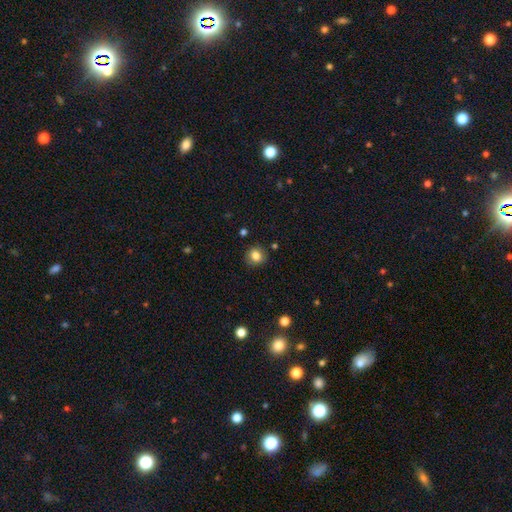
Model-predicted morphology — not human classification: Smooth or featured?
  - smooth: 83% *
  - star or artifact: 11%
  - featured or disk: 7%
How rounded?
  - round: 83% *
  - in between: 16%
  - cigar-shaped: 1%
Merging?
  - none: 87% *
  - minor disturbance: 9%
  - major disturbance: 2%
  - merger: 2%